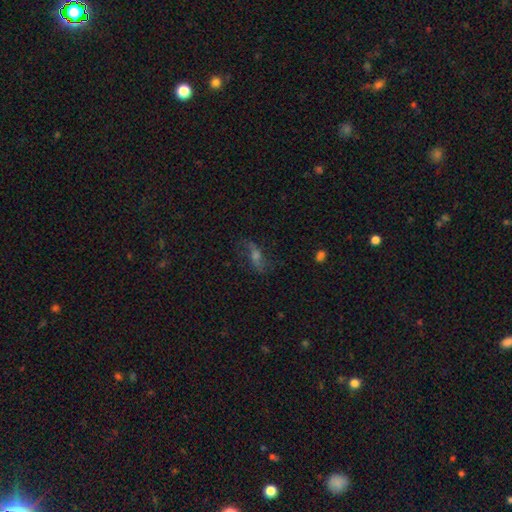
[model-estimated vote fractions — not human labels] smooth_or_featured: featured or disk (p=0.59) [alt: smooth p=0.24]
disk_edge_on: no (p=0.84) [alt: yes p=0.16]
merging: none (p=0.70) [alt: minor disturbance p=0.17]